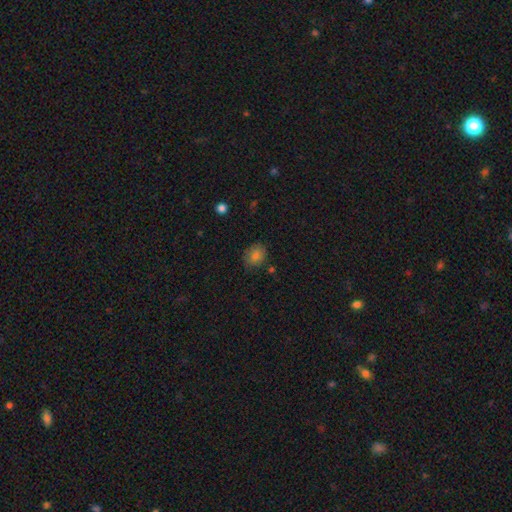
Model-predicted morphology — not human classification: A smooth galaxy with no disk features (81%) that is round (55%). Merging: none (79%).